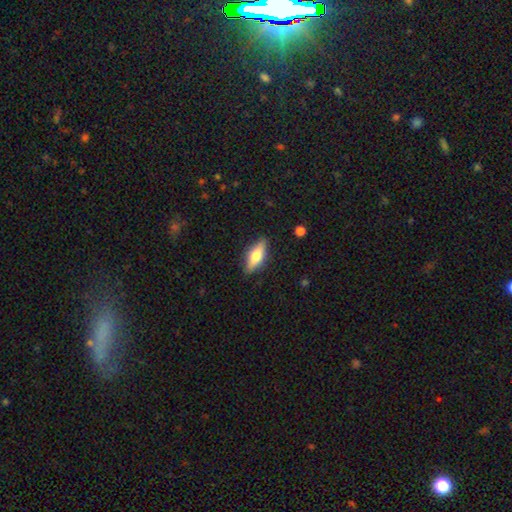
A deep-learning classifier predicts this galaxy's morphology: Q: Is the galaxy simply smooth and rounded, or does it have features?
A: smooth — 59%.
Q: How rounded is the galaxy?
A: in between — 62%.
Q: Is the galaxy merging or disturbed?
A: none — 85%.